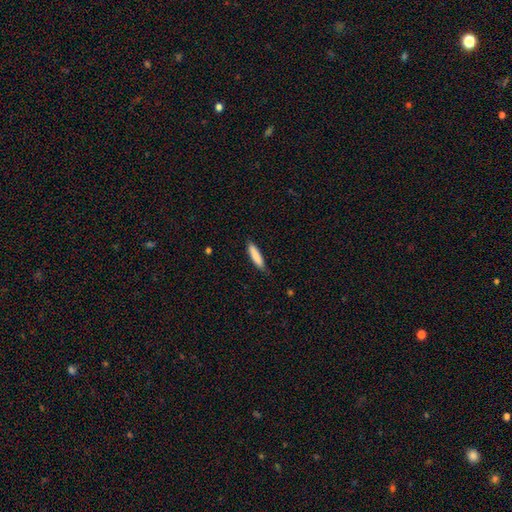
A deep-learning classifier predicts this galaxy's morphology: smooth-or-featured: smooth: 84% | featured or disk: 10% | star or artifact: 6%
  how-rounded: cigar-shaped: 83% | in between: 16% | round: 1%
  merging: none: 81% | minor disturbance: 15% | major disturbance: 2% | merger: 1%